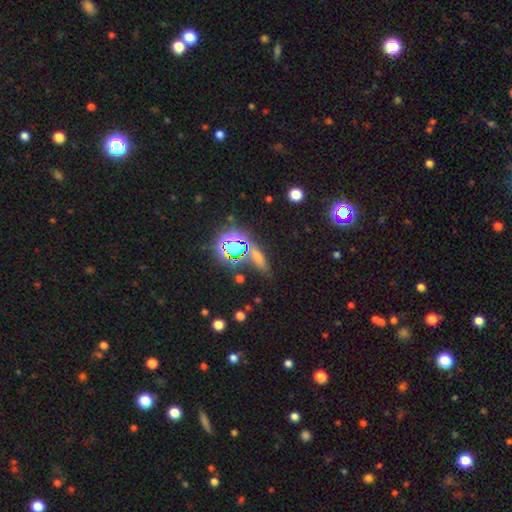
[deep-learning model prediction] Smooth or featured?
  - star or artifact: 57% *
  - smooth: 30%
  - featured or disk: 13%